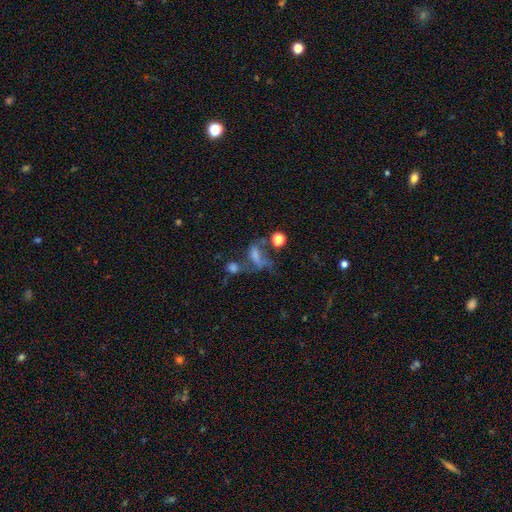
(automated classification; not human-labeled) Smooth or featured? featured or disk (39%)
Merging? major disturbance (32%)